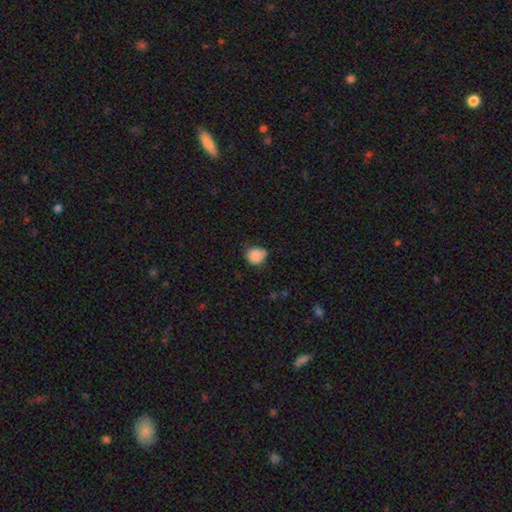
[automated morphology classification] smooth-or-featured: smooth: 85% | star or artifact: 9% | featured or disk: 5%
  how-rounded: round: 75% | in between: 24% | cigar-shaped: 1%
  merging: none: 56% | minor disturbance: 34% | major disturbance: 7% | merger: 3%